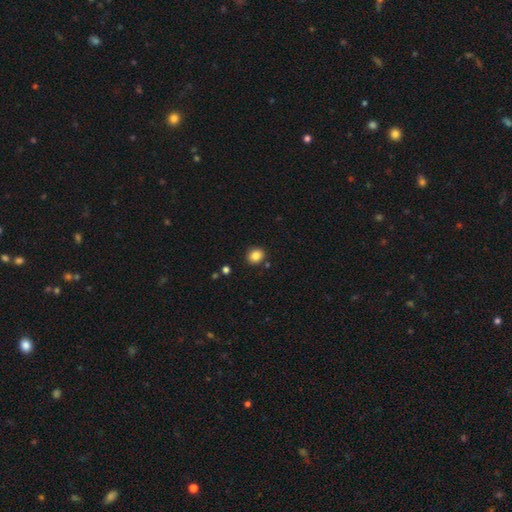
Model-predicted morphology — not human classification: type=smooth (85%); roundness=round (74%); merging=none (87%).